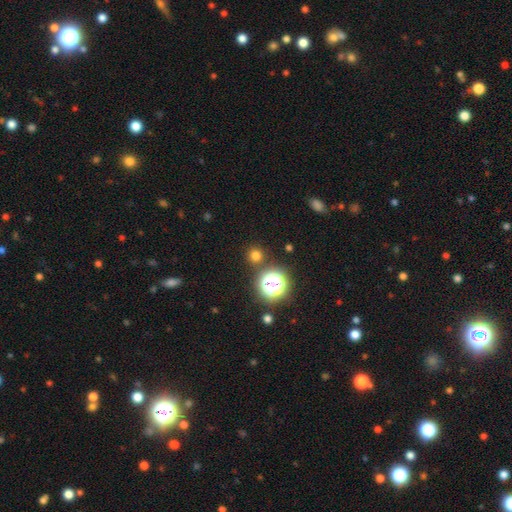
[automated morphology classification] type=smooth (70%); roundness=round (94%); merging=none (86%).